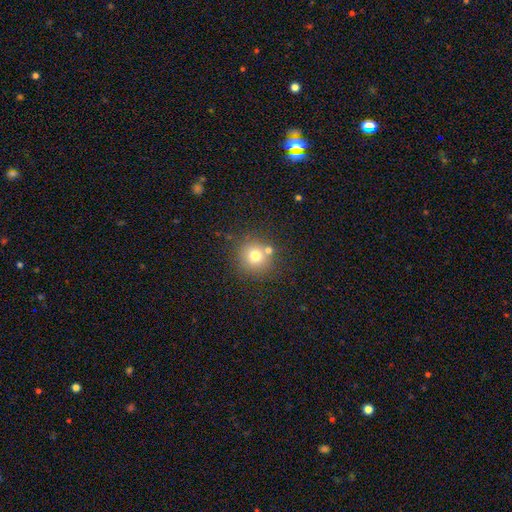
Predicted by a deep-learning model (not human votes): The model was most divided on "merging": none: 72%, merger: 15%, minor disturbance: 10%, major disturbance: 3%. More confident: how rounded — round (91%); smooth or featured — smooth (73%).